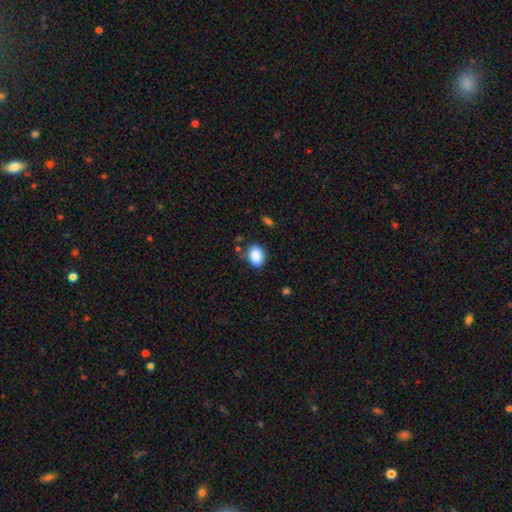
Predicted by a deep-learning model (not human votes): Morphology: type=smooth (88%); roundness=in between (78%); merging=none (79%).